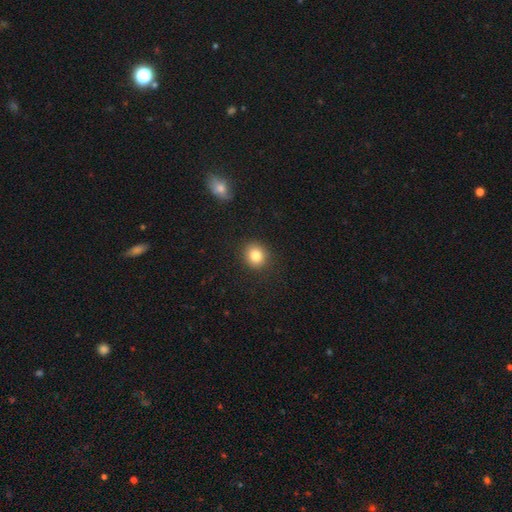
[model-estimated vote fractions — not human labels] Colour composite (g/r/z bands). It shows a smooth galaxy with no disk features (82%) that is round (80%). Merging: none (89%).